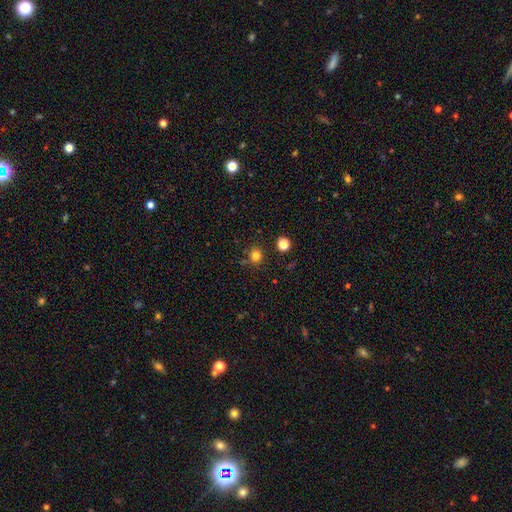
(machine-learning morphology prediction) smooth-or-featured: smooth: 79% | star or artifact: 16% | featured or disk: 5%
  how-rounded: round: 87% | in between: 12% | cigar-shaped: 1%
  merging: none: 81% | minor disturbance: 10% | merger: 6% | major disturbance: 3%